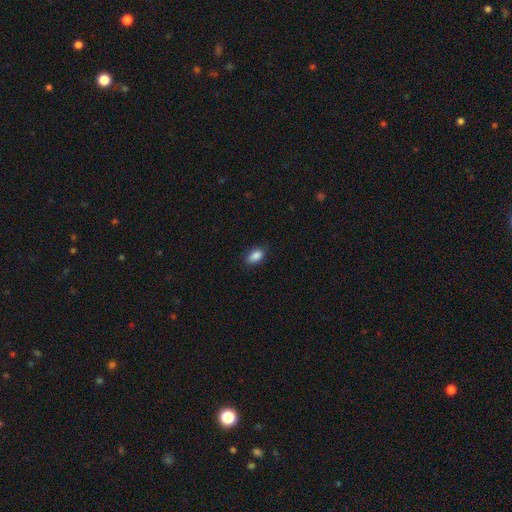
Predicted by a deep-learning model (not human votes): This is clearly a smooth galaxy (88%). How rounded: clearly in between (90%). Merging: clearly none (83%).